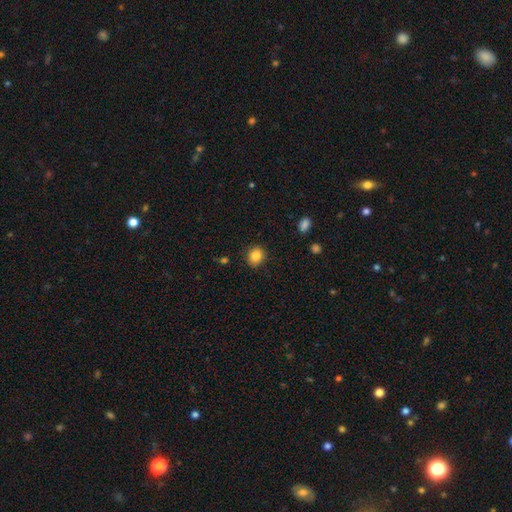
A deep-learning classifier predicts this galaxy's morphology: A smooth galaxy with no disk features (85%) that is round (73%). Merging: none (86%).